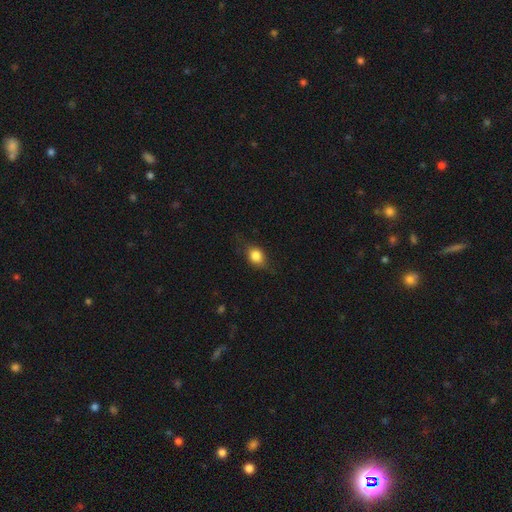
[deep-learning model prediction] This appears to be a smooth galaxy with no disk features (75%) that is in between round and cigar-shaped (50%). Merging: none (71%).